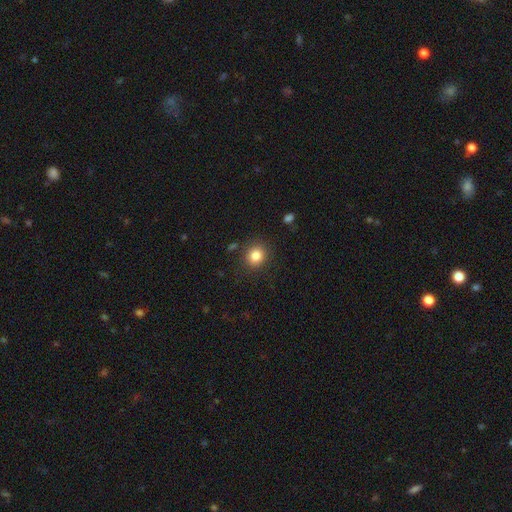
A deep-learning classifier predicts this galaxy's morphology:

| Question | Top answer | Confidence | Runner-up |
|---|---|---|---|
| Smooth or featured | smooth | 84% | star or artifact (11%) |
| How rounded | round | 81% | in between (18%) |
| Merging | none | 87% | minor disturbance (8%) |